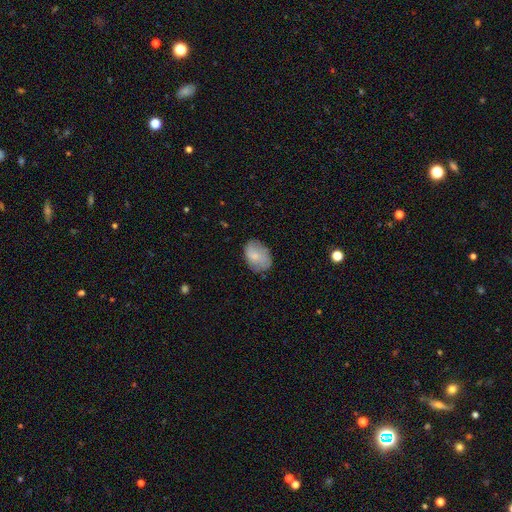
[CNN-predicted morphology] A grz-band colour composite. It shows a smooth galaxy with no disk features (75%) that is in between round and cigar-shaped (83%). Merging: none (70%).